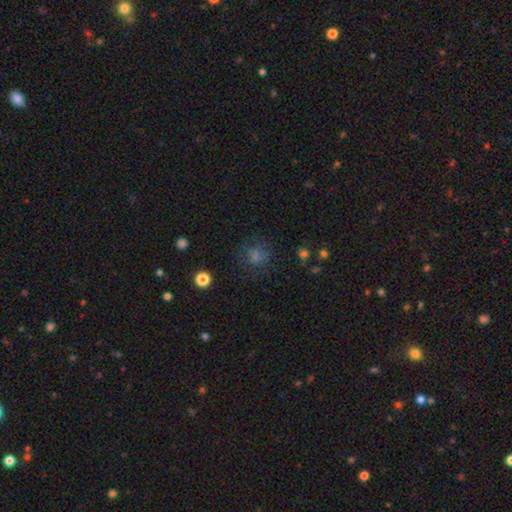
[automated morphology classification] This is possibly a smooth galaxy (58%). How rounded: clearly round (84%). Merging: likely none (77%).